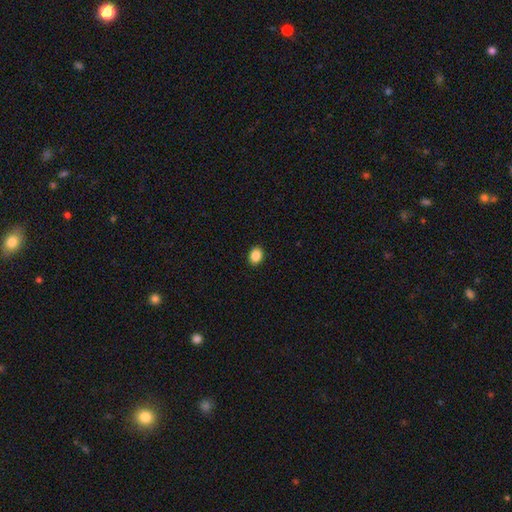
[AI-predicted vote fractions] Smooth or featured: smooth — 87% (star or artifact — 9%)
How rounded: in between — 55% (round — 44%)
Merging: none — 91% (minor disturbance — 6%)